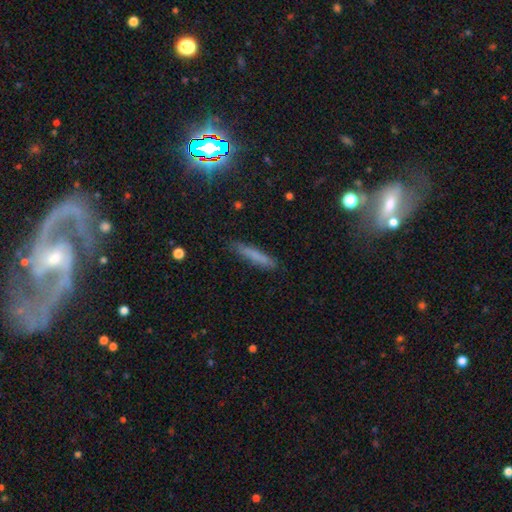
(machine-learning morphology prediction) smooth 72%, featured or disk 17%, star or artifact 11%. Down the decision tree: how rounded — cigar-shaped (92%); merging — none (85%).